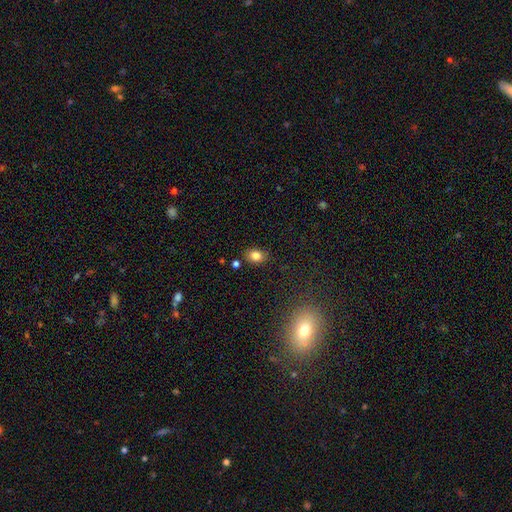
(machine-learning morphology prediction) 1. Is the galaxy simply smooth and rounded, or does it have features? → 82% smooth, 11% star or artifact, 7% featured or disk.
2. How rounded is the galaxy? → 59% in between, 40% round, 1% cigar-shaped.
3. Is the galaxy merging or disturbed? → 84% none, 10% minor disturbance, 3% merger, 3% major disturbance.